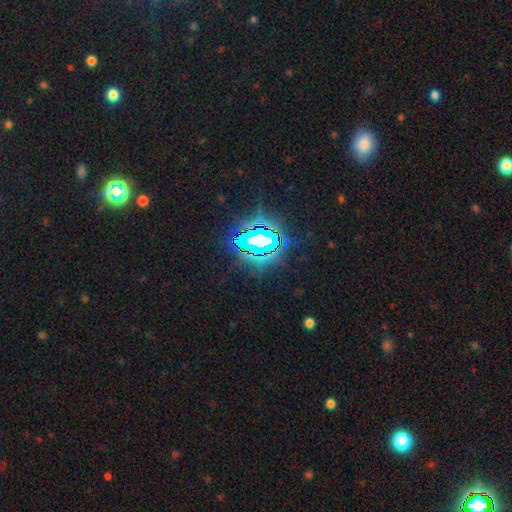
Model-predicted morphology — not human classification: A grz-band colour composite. It shows a star or artifact, not a galaxy (83%).